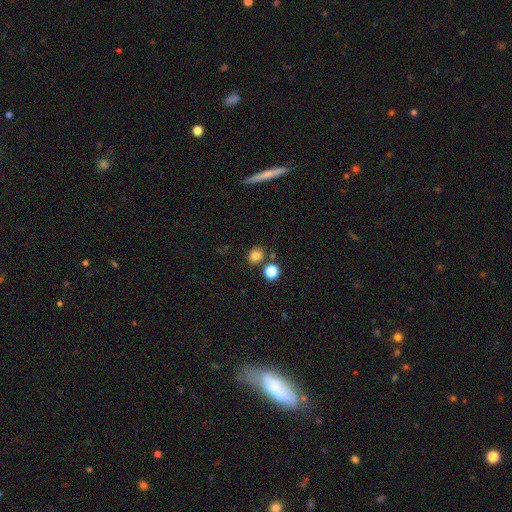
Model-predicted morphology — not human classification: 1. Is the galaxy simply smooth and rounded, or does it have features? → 80% smooth, 13% star or artifact, 7% featured or disk.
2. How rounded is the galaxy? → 60% round, 39% in between, 1% cigar-shaped.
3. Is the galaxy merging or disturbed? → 76% none, 11% merger, 10% minor disturbance, 3% major disturbance.